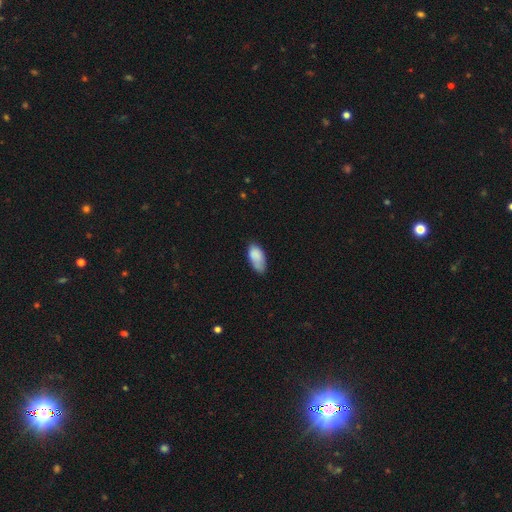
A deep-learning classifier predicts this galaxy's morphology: Smooth or featured?
  - smooth: 85% *
  - featured or disk: 8%
  - star or artifact: 7%
How rounded?
  - in between: 92% *
  - cigar-shaped: 5%
  - round: 3%
Merging?
  - none: 57% *
  - minor disturbance: 34%
  - major disturbance: 7%
  - merger: 2%